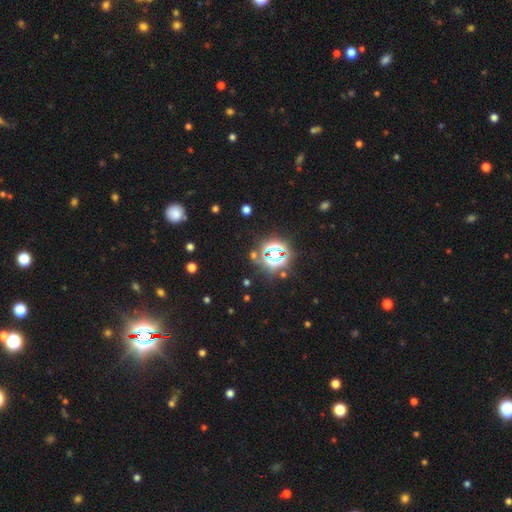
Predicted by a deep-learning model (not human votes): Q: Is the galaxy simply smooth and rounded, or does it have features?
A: star or artifact — 75%.